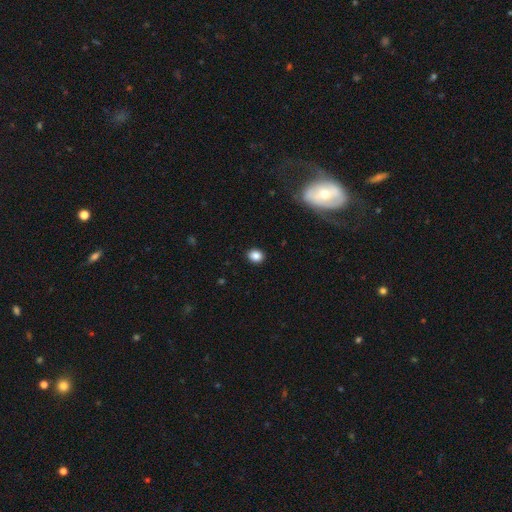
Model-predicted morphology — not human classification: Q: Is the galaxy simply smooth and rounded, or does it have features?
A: smooth — 86%.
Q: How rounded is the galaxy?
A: round — 60%.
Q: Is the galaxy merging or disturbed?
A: none — 91%.